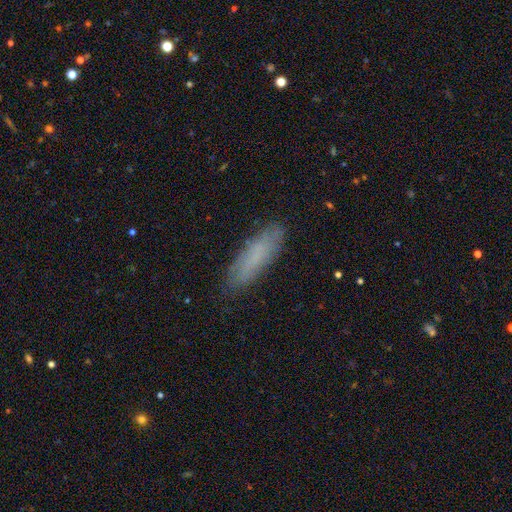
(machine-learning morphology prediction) Smooth or featured? Predicted: smooth (p=0.72). How rounded? Predicted: cigar-shaped (p=0.58). Merging? Predicted: none (p=0.83).